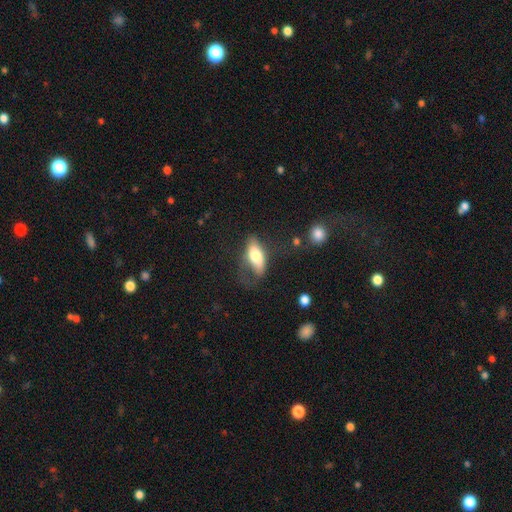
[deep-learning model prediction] Smooth or featured: smooth — 68% (featured or disk — 25%)
How rounded: in between — 79% (cigar-shaped — 18%)
Merging: none — 44% (minor disturbance — 27%)